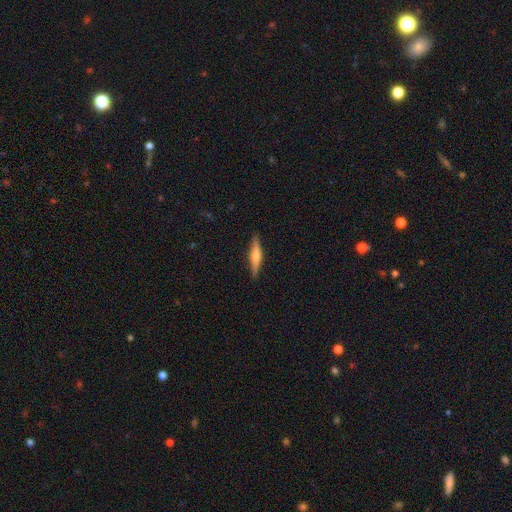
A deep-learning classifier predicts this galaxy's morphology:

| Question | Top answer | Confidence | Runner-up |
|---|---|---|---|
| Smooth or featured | featured or disk | 55% | smooth (39%) |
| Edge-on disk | yes | 96% | no (4%) |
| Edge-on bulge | rounded | 81% | boxy (11%) |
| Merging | none | 90% | minor disturbance (8%) |